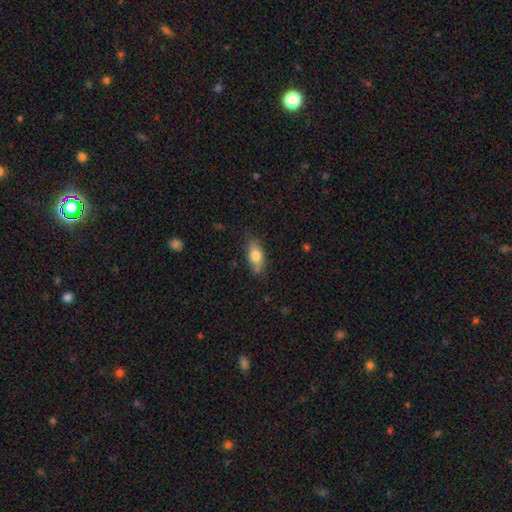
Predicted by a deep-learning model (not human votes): Smooth or featured: smooth — 75% (featured or disk — 17%)
How rounded: in between — 80% (cigar-shaped — 16%)
Merging: none — 77% (minor disturbance — 18%)